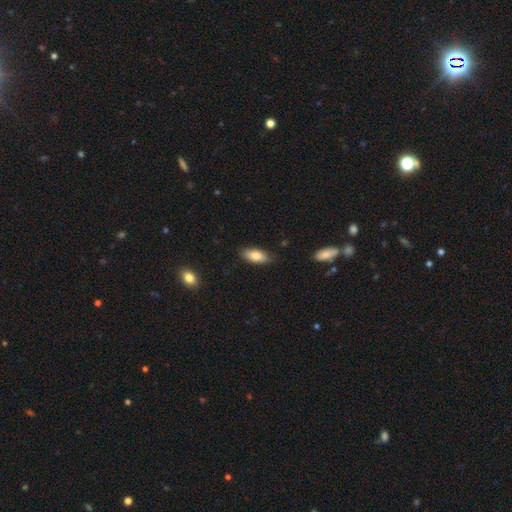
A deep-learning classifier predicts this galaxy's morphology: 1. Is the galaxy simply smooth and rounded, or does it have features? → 81% smooth, 13% featured or disk, 7% star or artifact.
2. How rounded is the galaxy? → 85% in between, 13% cigar-shaped, 2% round.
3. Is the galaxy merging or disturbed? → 82% none, 14% minor disturbance, 2% major disturbance, 1% merger.